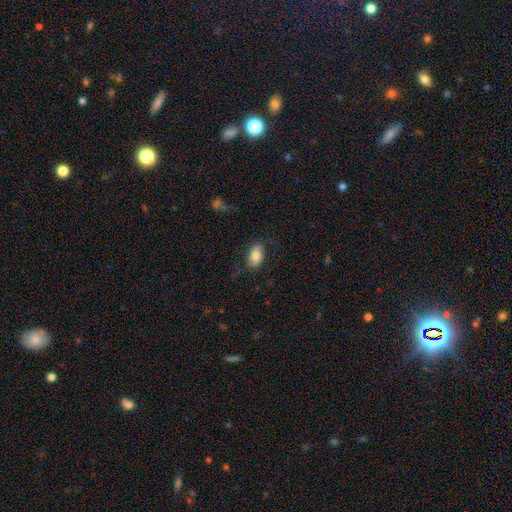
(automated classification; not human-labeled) A smooth galaxy with no disk features (73%) that is in between round and cigar-shaped (91%).

Vote fractions:
- Smooth or featured? smooth: 73% / featured or disk: 20% / star or artifact: 7%
- How rounded? in between: 91% / round: 7% / cigar-shaped: 2%
- Merging? none: 74% / minor disturbance: 17% / major disturbance: 8% / merger: 1%